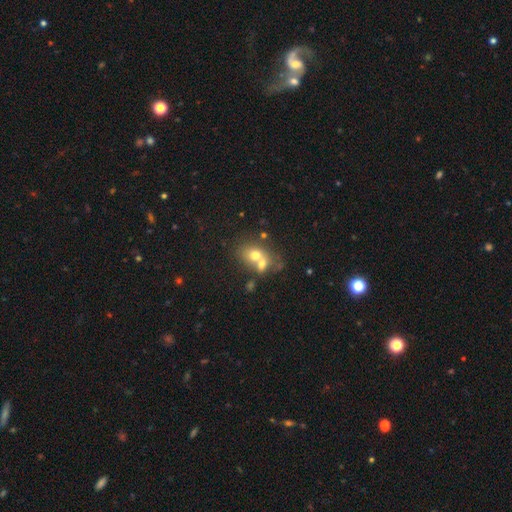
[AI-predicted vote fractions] The model was most divided on "how rounded": in between: 51%, round: 48%, cigar-shaped: 1%. More confident: smooth or featured — smooth (65%); merging — merger (63%).